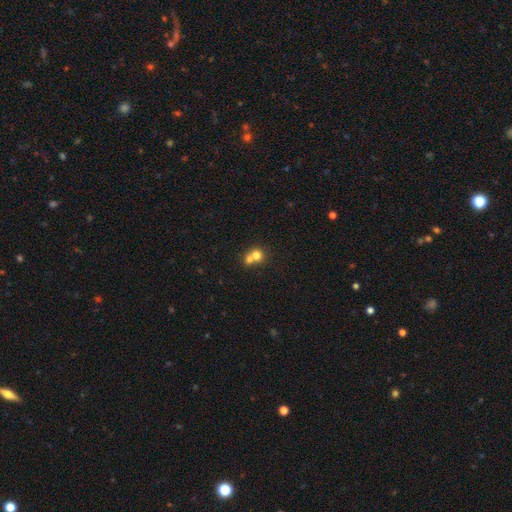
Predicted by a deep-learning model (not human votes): A smooth galaxy with no disk features (73%) that is round (77%).

Vote fractions:
- Smooth or featured? smooth: 73% / featured or disk: 16% / star or artifact: 11%
- How rounded? round: 77% / in between: 22% / cigar-shaped: 1%
- Merging? merger: 63% / none: 29% / minor disturbance: 5% / major disturbance: 3%